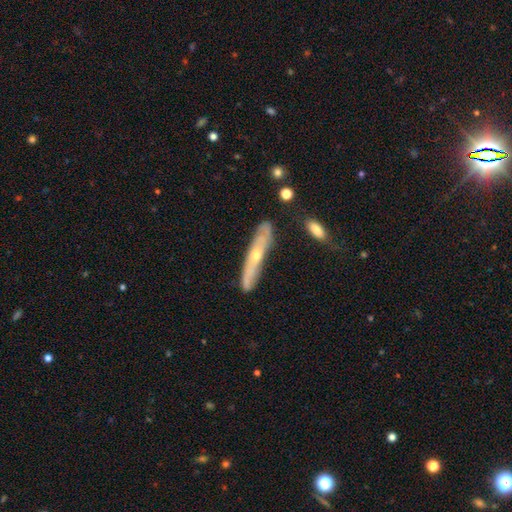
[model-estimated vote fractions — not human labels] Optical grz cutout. It shows a featured or disk galaxy (62%) viewed edge-on (62%). Merging: none (74%).